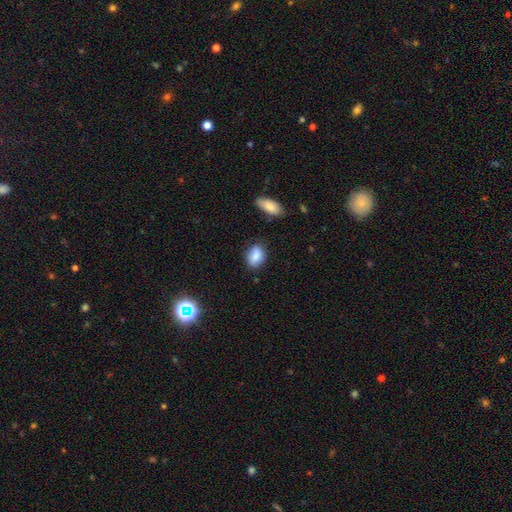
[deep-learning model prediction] Smooth or featured? Predicted: smooth (p=0.85). How rounded? Predicted: in between (p=0.81). Merging? Predicted: none (p=0.76).